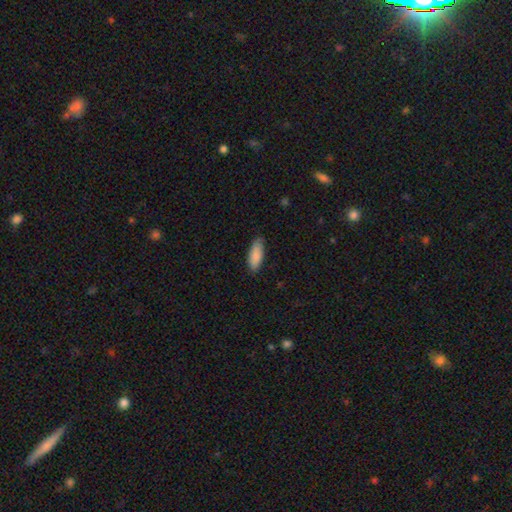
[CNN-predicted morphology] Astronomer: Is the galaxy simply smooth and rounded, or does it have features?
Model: smooth — 89%.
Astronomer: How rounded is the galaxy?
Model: in between — 70%.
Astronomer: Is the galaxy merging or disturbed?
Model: none — 84%.